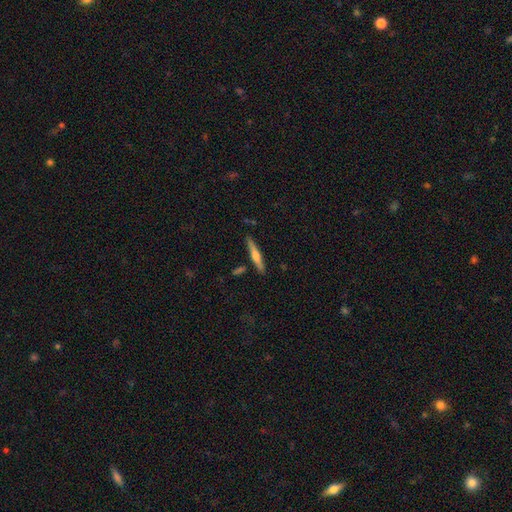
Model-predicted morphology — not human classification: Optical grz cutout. It shows a featured or disk galaxy (53%) viewed edge-on (96%) with a rounded central bulge (82%). Merging: none (86%).